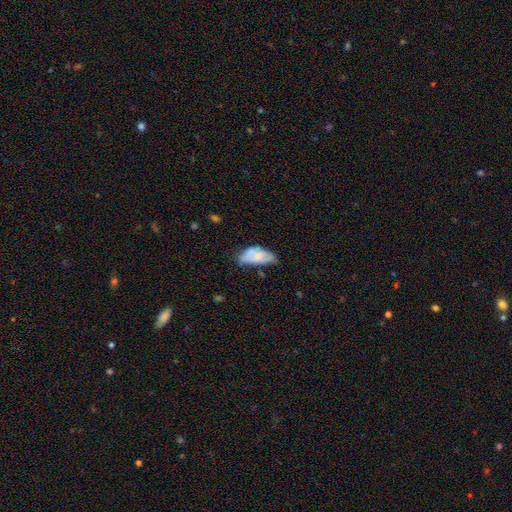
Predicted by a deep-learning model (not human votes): This is possibly a smooth galaxy (59%). How rounded: clearly in between (91%). Merging: marginally none (40%).